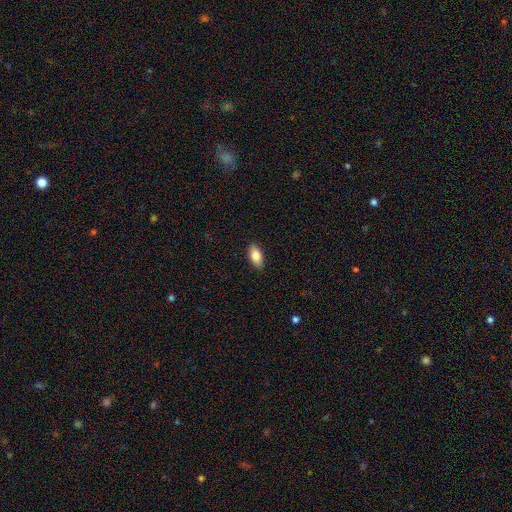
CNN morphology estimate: Q: Smooth or featured?
A: smooth (84%); runner-up: featured or disk (10%)
Q: How rounded?
A: in between (90%); runner-up: cigar-shaped (7%)
Q: Merging?
A: none (89%); runner-up: minor disturbance (9%)